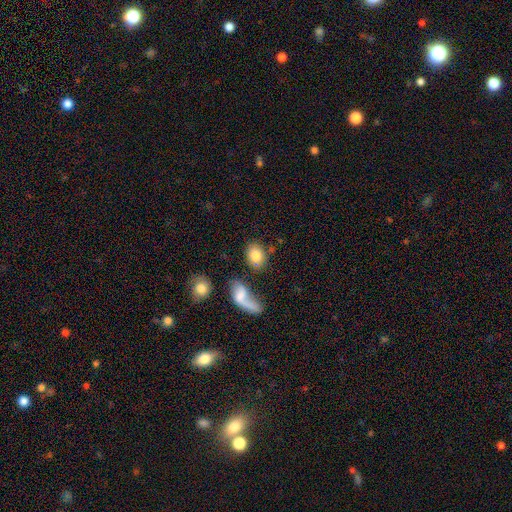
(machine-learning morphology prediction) smooth 81%, featured or disk 11%, star or artifact 8%. Down the decision tree: how rounded — in between (66%); merging — none (65%).